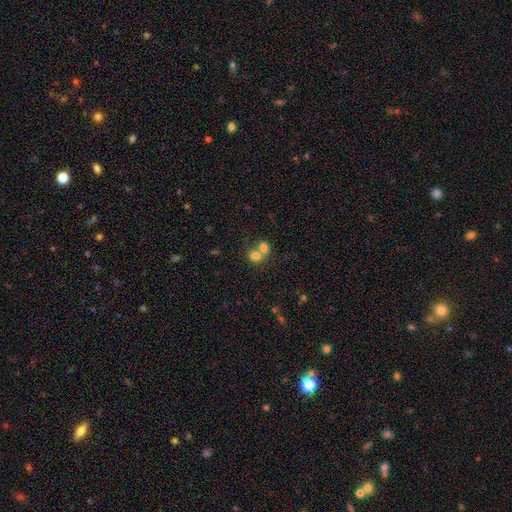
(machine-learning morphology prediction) Smooth or featured?
  - smooth: 75% *
  - featured or disk: 13%
  - star or artifact: 12%
How rounded?
  - round: 68% *
  - in between: 31%
  - cigar-shaped: 1%
Merging?
  - merger: 63% *
  - none: 29%
  - minor disturbance: 5%
  - major disturbance: 3%